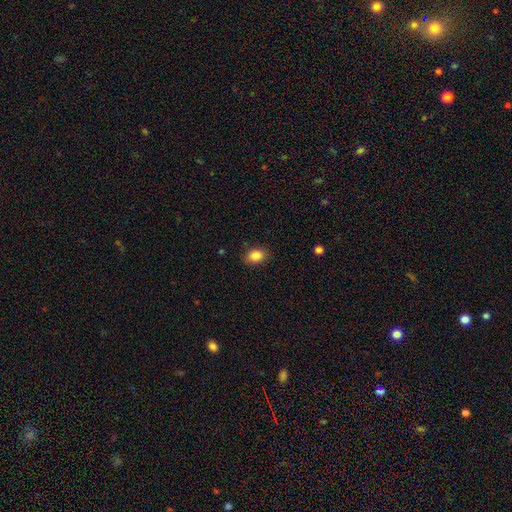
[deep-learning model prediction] Q: Smooth or featured?
A: smooth (87%); runner-up: star or artifact (9%)
Q: How rounded?
A: in between (78%); runner-up: round (21%)
Q: Merging?
A: none (84%); runner-up: minor disturbance (12%)